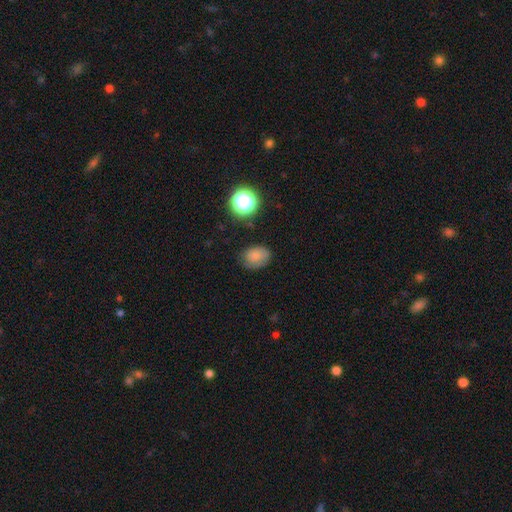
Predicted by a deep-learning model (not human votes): Smooth or featured? smooth (79%)
How rounded? in between (64%)
Merging? none (70%)